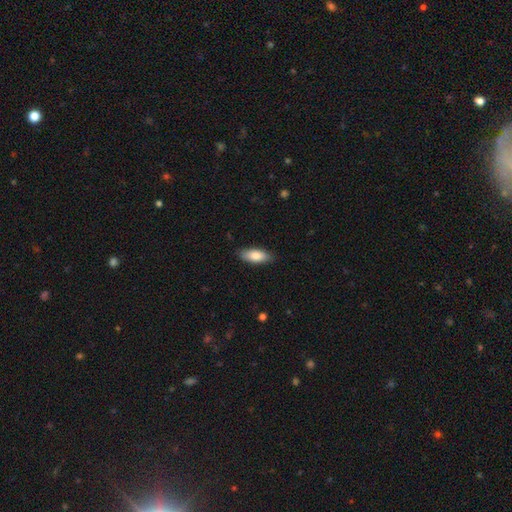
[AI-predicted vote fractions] Smooth or featured? Predicted: smooth (p=0.83). How rounded? Predicted: in between (p=0.80). Merging? Predicted: none (p=0.85).